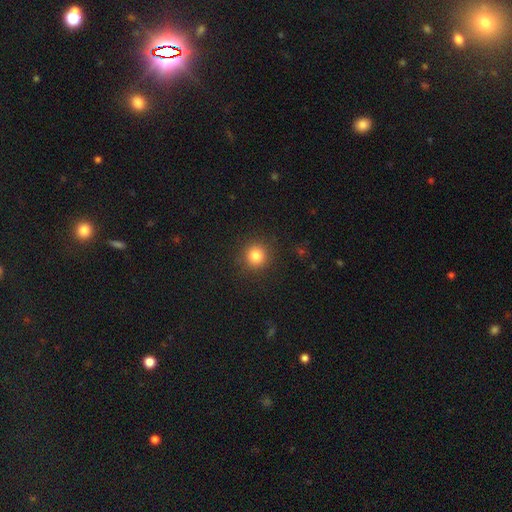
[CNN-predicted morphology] A smooth galaxy with no disk features (83%) that is round (93%).

Vote fractions:
- Smooth or featured? smooth: 83% / star or artifact: 12% / featured or disk: 5%
- How rounded? round: 93% / in between: 6% / cigar-shaped: 1%
- Merging? none: 91% / minor disturbance: 6% / major disturbance: 2% / merger: 1%